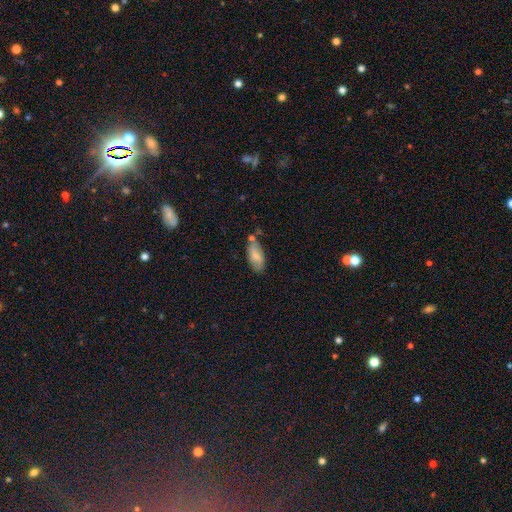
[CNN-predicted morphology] The model was most divided on "merging": none: 60%, minor disturbance: 22%, merger: 14%, major disturbance: 5%. More confident: how rounded — in between (86%); smooth or featured — smooth (77%).